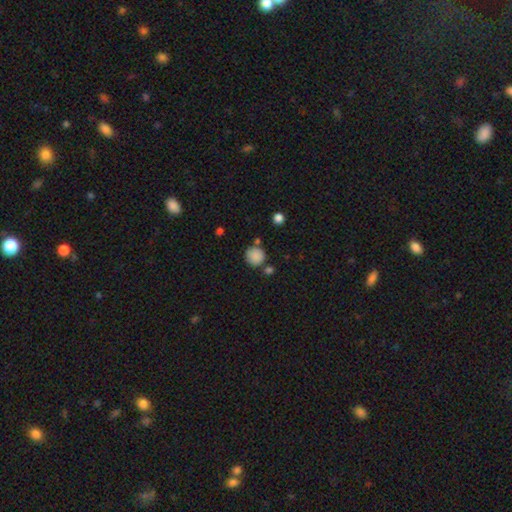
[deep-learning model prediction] A smooth galaxy with no disk features (86%) that is round (92%). Merging: none (70%).